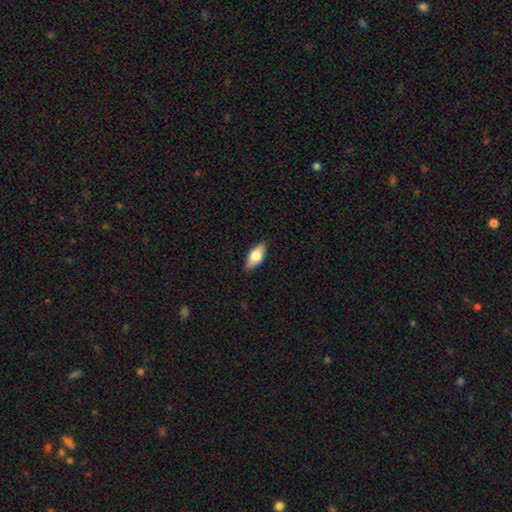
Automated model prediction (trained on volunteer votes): Overall: smooth (65%; featured or disk 28%). How rounded: in between (82%). Merging: none (87%).